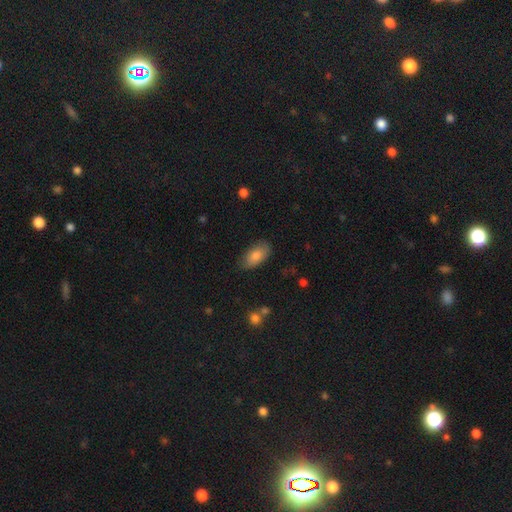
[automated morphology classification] Overall: smooth (81%). How rounded: in between (92%). Merging: none (79%).